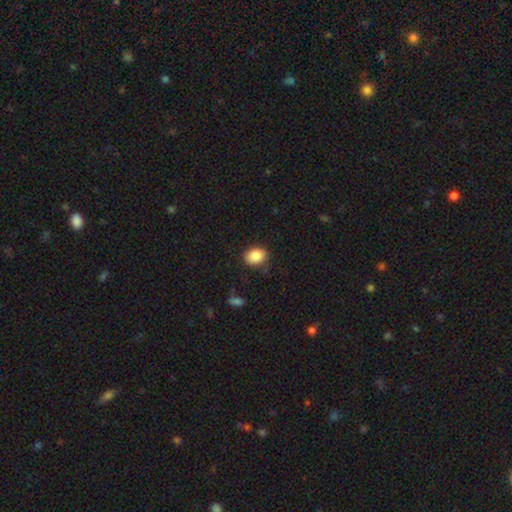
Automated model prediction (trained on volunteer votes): The model was most divided on "how rounded": in between: 59%, round: 40%, cigar-shaped: 1%. More confident: smooth or featured — smooth (87%); merging — none (83%).